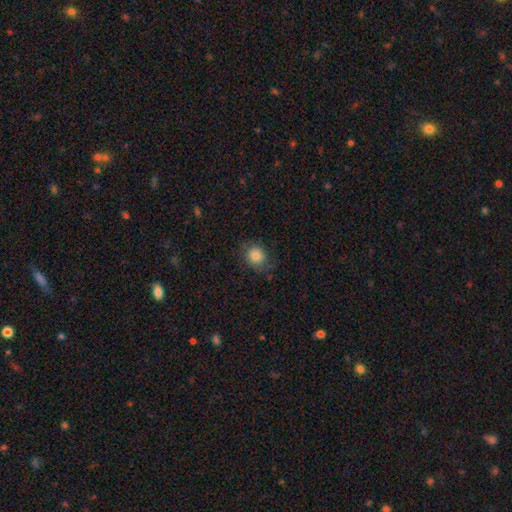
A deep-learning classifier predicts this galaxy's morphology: type=smooth (81%); roundness=round (76%); merging=none (74%).